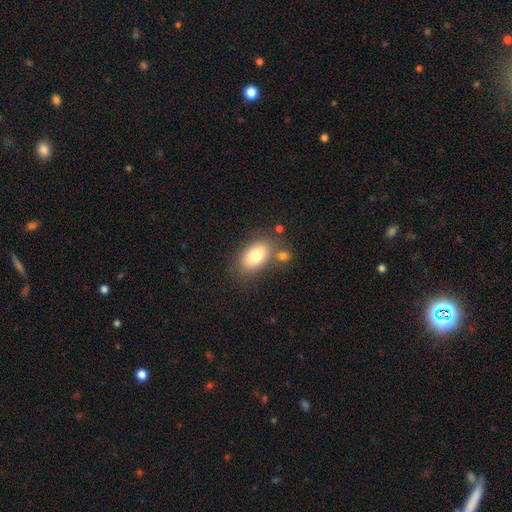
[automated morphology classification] A smooth galaxy with no disk features (78%) that is in between round and cigar-shaped (90%).

Vote fractions:
- Smooth or featured? smooth: 78% / featured or disk: 14% / star or artifact: 8%
- How rounded? in between: 90% / round: 8% / cigar-shaped: 2%
- Merging? none: 68% / minor disturbance: 14% / merger: 13% / major disturbance: 4%